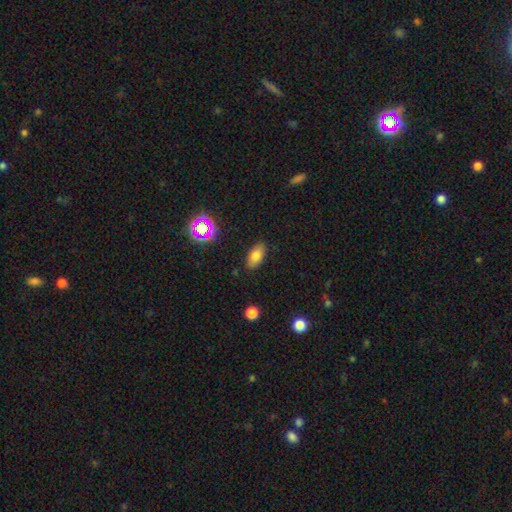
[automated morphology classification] This appears to be a smooth galaxy with no disk features (77%) that is in between round and cigar-shaped (89%). Merging: none (85%).